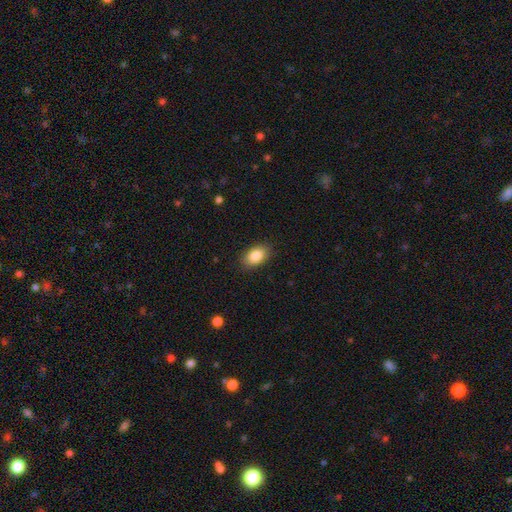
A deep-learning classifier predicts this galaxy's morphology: Smooth or featured? smooth (87%)
How rounded? in between (90%)
Merging? none (87%)